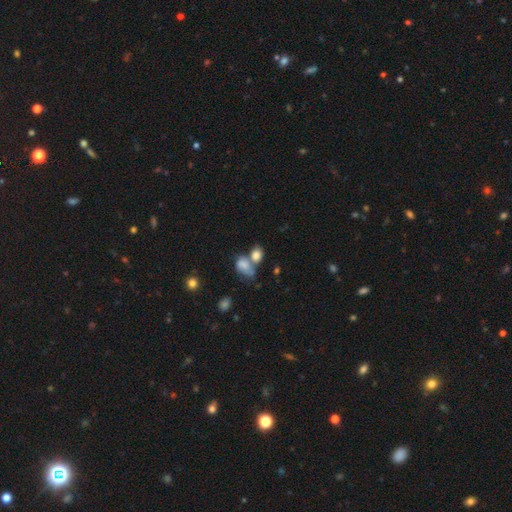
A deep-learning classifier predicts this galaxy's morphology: This appears to be a smooth galaxy with no disk features (79%) that is in between round and cigar-shaped (68%). Merging: merger (53%).